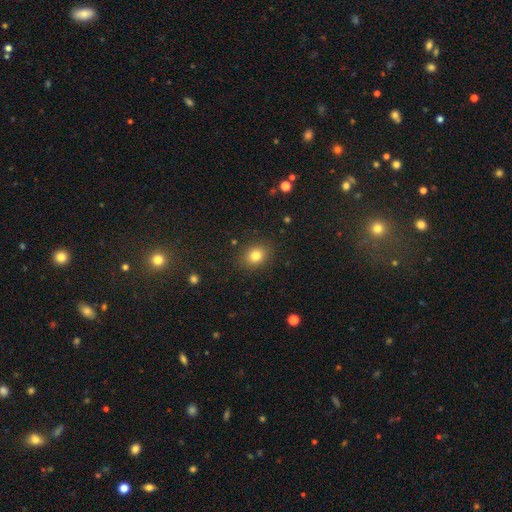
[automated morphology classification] Overall: smooth (81%). How rounded: round (58%; in between 41%). Merging: none (87%).